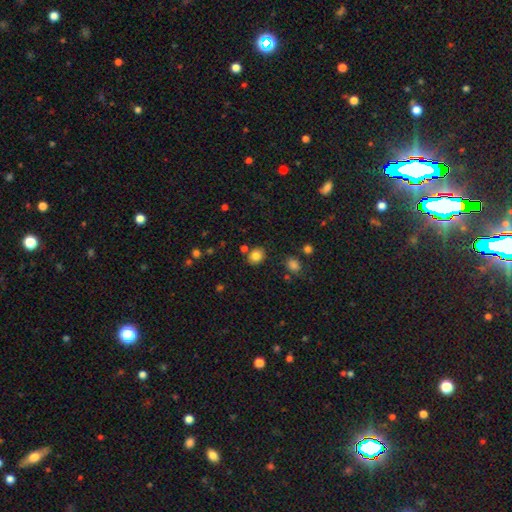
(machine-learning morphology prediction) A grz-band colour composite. It shows a smooth galaxy with no disk features (82%) that is round (56%). Merging: none (79%).